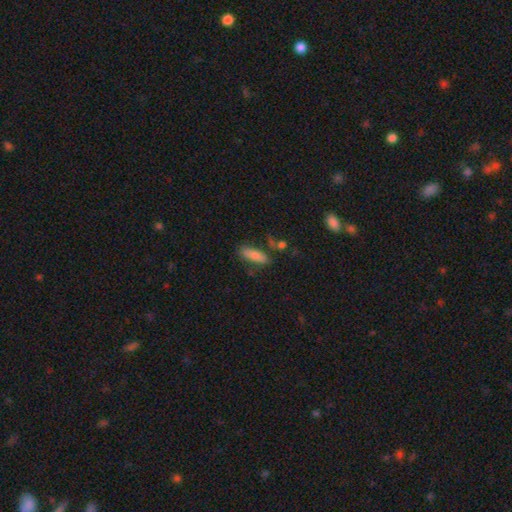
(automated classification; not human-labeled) This appears to be a smooth galaxy with no disk features (81%) that is in between round and cigar-shaped (49%, tied with cigar-shaped). Merging: none (73%).